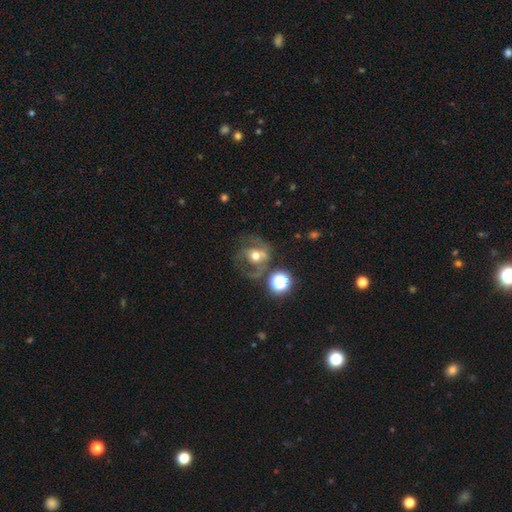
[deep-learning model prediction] Q: Smooth or featured?
A: featured or disk (55%); runner-up: smooth (32%)
Q: Edge-on disk?
A: no (96%); runner-up: yes (4%)
Q: Bar?
A: no (54%); runner-up: weak (28%)
Q: Spiral arms?
A: yes (60%); runner-up: no (40%)
Q: Bulge size?
A: moderate (69%); runner-up: large (15%)
Q: Merging?
A: none (46%); runner-up: major disturbance (25%)